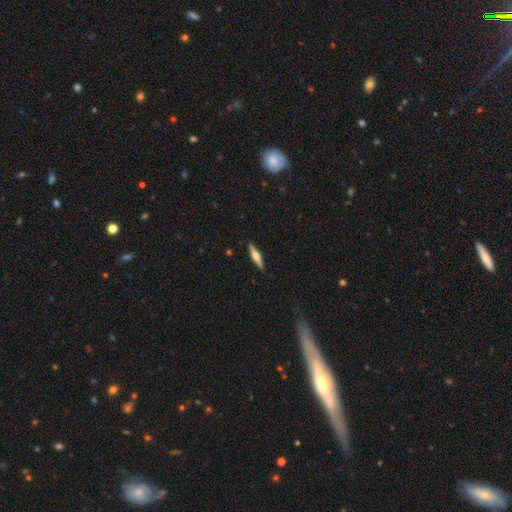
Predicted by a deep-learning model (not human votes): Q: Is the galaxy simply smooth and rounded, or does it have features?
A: featured or disk — 56%.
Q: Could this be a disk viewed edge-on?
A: yes — 97%.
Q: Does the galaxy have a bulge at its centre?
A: rounded — 87%.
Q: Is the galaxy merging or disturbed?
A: none — 90%.